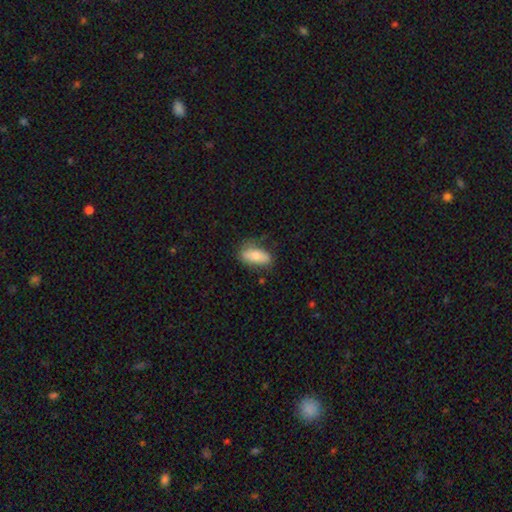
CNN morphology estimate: Overall: smooth (76%). How rounded: in between (87%). Merging: none (67%).